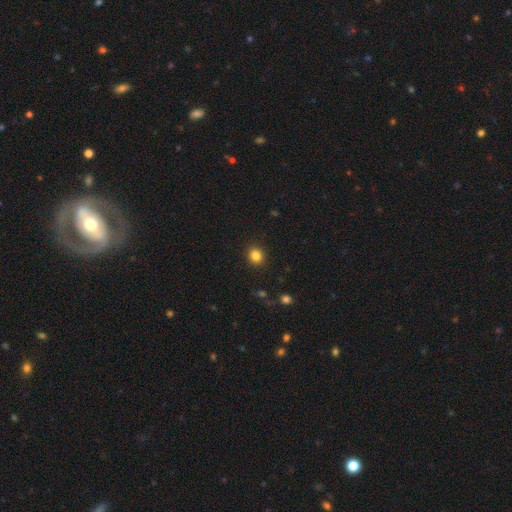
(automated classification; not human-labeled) This is clearly a smooth galaxy (84%). How rounded: likely round (79%). Merging: clearly none (91%).